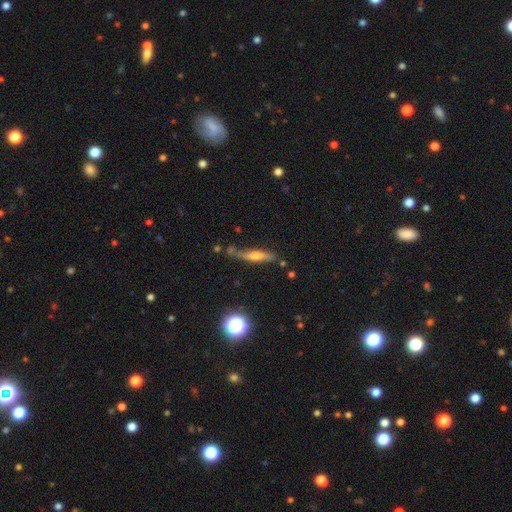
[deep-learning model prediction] Overall: smooth (50%; featured or disk 40%). Merging: none (67%).